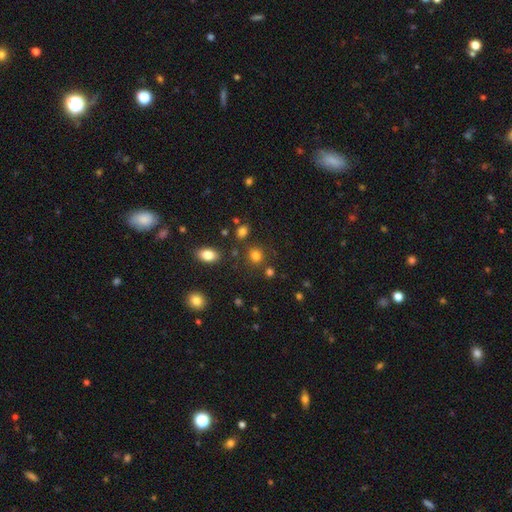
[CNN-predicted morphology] Smooth or featured: smooth — 81% (star or artifact — 14%)
How rounded: round — 80% (in between — 19%)
Merging: none — 80% (minor disturbance — 9%)